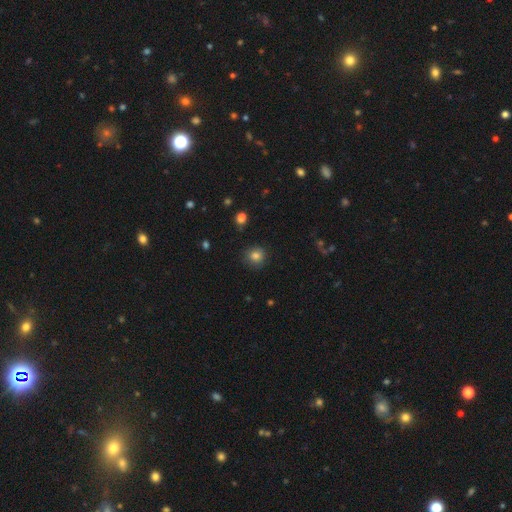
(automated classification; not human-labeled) Smooth or featured? smooth (82%)
How rounded? round (90%)
Merging? none (86%)